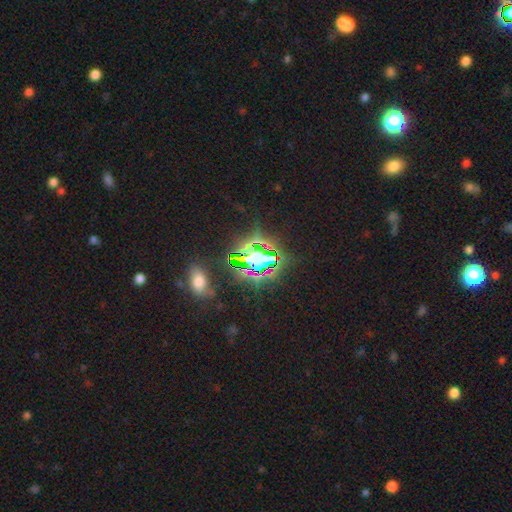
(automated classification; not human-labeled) A star or artifact, not a galaxy (74%).

Vote fractions:
- Smooth or featured? star or artifact: 74% / smooth: 14% / featured or disk: 12%